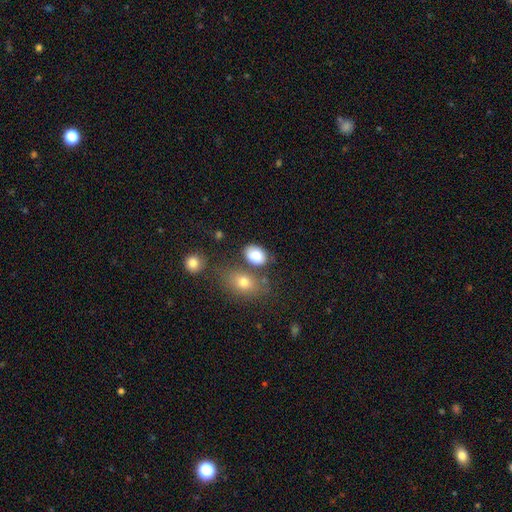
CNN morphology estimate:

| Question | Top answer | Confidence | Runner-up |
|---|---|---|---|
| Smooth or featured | smooth | 83% | star or artifact (8%) |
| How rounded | in between | 82% | round (17%) |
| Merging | none | 64% | merger (15%) |